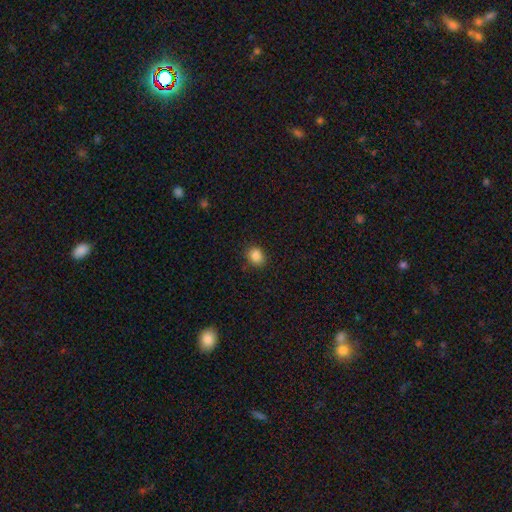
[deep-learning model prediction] Smooth or featured? Predicted: smooth (p=0.87). How rounded? Predicted: round (p=0.62). Merging? Predicted: none (p=0.85).